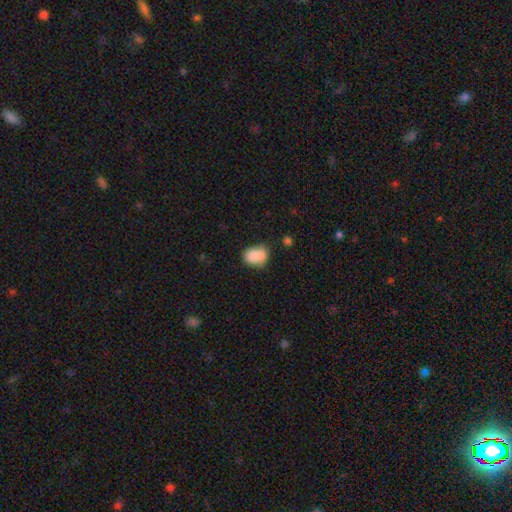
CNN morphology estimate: Overall: smooth (86%). How rounded: in between (70%). Merging: none (63%; minor disturbance 26%).